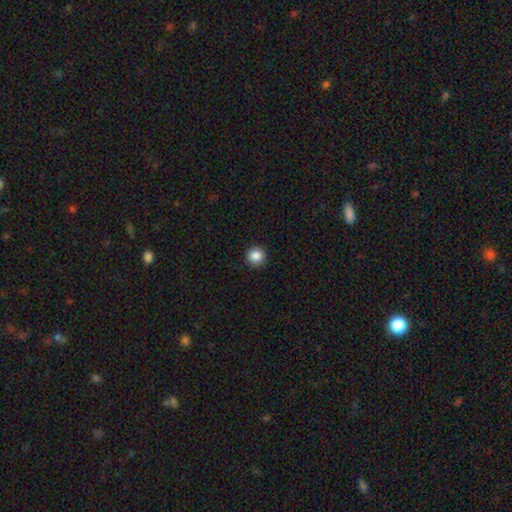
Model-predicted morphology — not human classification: smooth 86%, star or artifact 10%, featured or disk 4%. Down the decision tree: how rounded — round (95%); merging — none (93%).